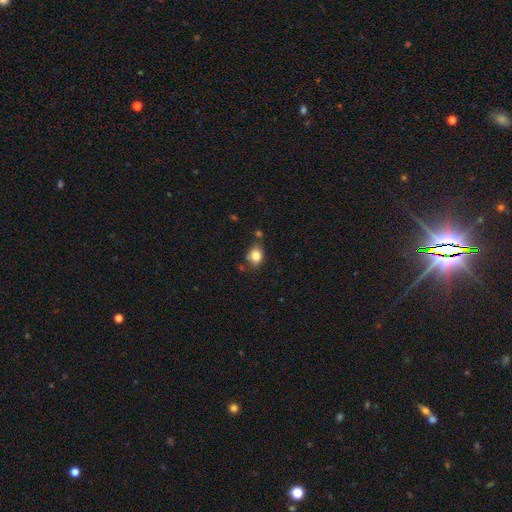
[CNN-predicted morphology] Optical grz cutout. It shows a smooth galaxy with no disk features (83%) that is in between round and cigar-shaped (50%). Merging: none (70%).